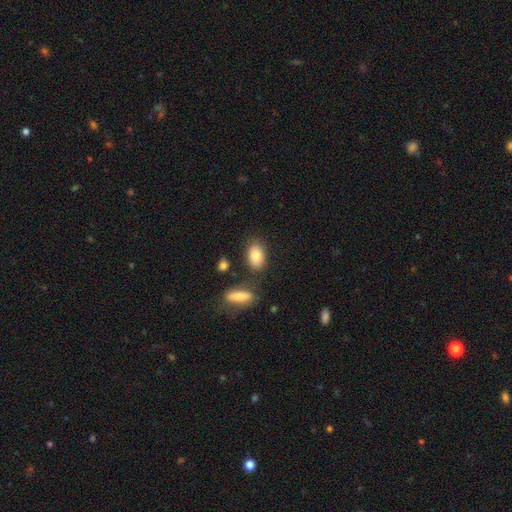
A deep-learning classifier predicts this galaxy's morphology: Smooth or featured?
  - smooth: 83% *
  - featured or disk: 10%
  - star or artifact: 7%
How rounded?
  - in between: 89% *
  - round: 8%
  - cigar-shaped: 2%
Merging?
  - none: 76% *
  - minor disturbance: 13%
  - merger: 8%
  - major disturbance: 4%